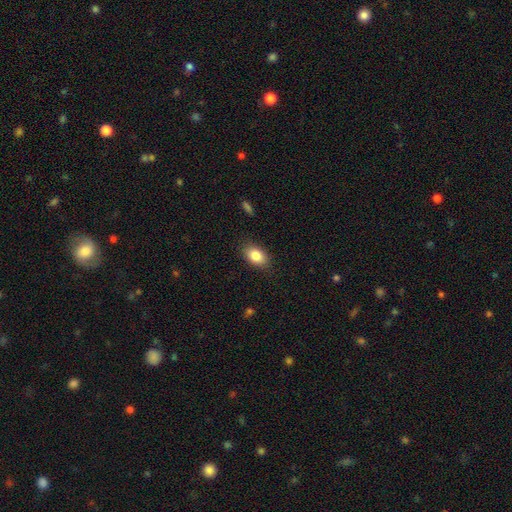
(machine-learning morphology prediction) A smooth galaxy with no disk features (84%) that is in between round and cigar-shaped (87%).

Vote fractions:
- Smooth or featured? smooth: 84% / star or artifact: 8% / featured or disk: 8%
- How rounded? in between: 87% / round: 11% / cigar-shaped: 2%
- Merging? none: 85% / minor disturbance: 11% / major disturbance: 3% / merger: 1%